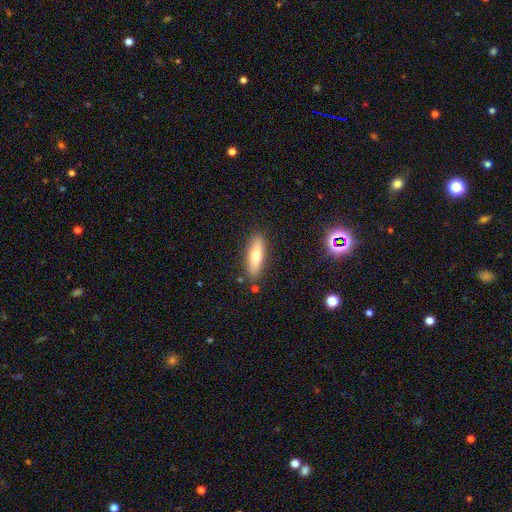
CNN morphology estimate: smooth_or_featured: smooth (p=0.66) [alt: featured or disk p=0.27]
how_rounded: cigar-shaped (p=0.58) [alt: in between p=0.40]
merging: none (p=0.85) [alt: minor disturbance p=0.10]